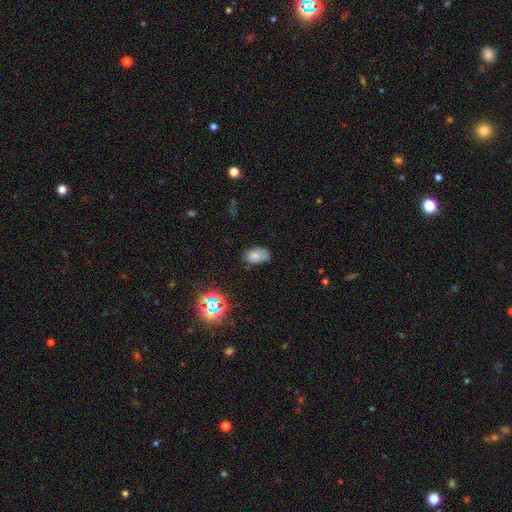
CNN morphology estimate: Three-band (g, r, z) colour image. It shows a smooth galaxy with no disk features (76%) that is in between round and cigar-shaped (89%). Merging: none (59%).